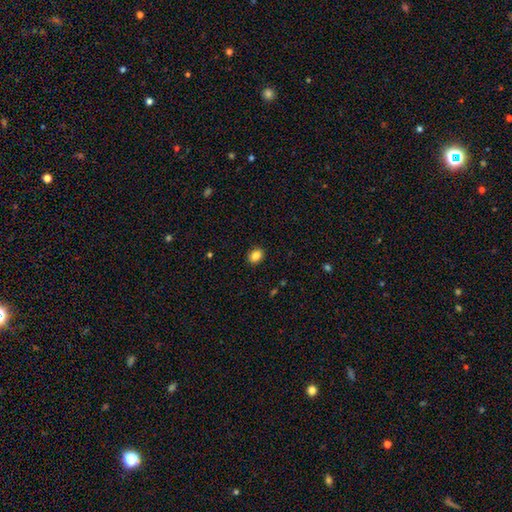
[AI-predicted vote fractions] A smooth galaxy with no disk features (86%) that is round (50%). Merging: none (89%).